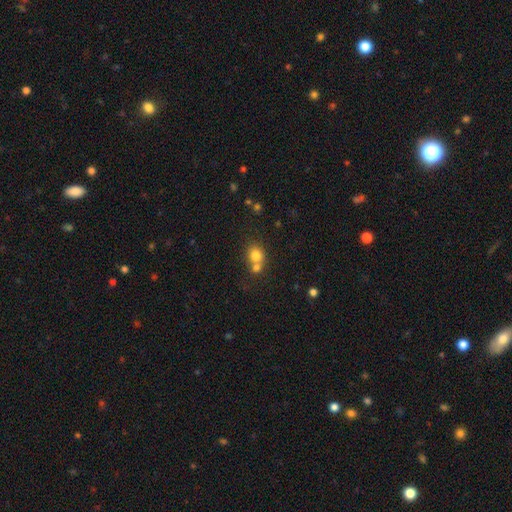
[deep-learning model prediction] Smooth or featured: smooth — 78% (star or artifact — 12%)
How rounded: round — 74% (in between — 25%)
Merging: merger — 50% (none — 40%)